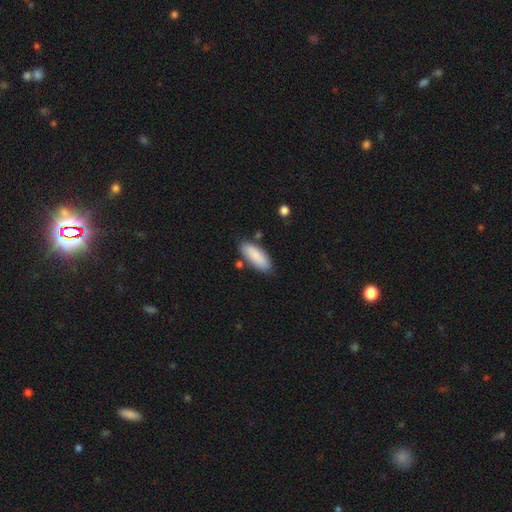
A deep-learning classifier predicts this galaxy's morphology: Overall: smooth (88%). How rounded: in between (75%). Merging: none (80%).